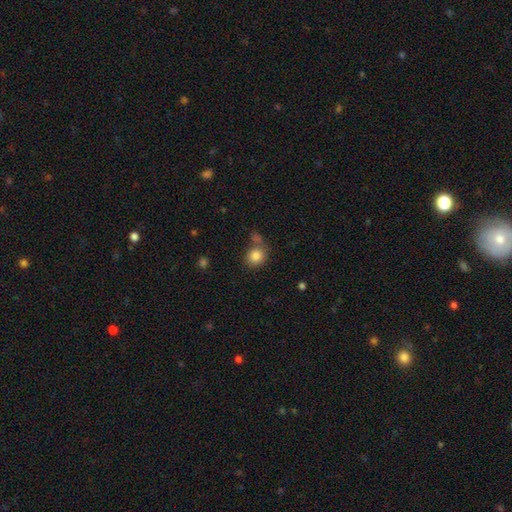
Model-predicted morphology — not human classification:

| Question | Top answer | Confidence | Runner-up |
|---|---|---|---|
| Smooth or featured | smooth | 85% | star or artifact (9%) |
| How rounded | round | 75% | in between (24%) |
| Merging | none | 59% | merger (21%) |